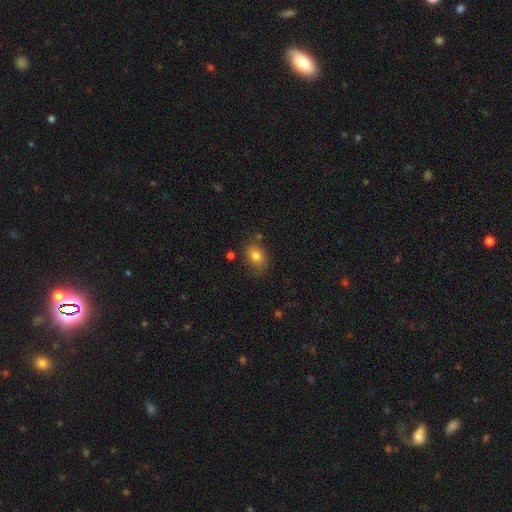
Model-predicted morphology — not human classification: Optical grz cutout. It shows a smooth galaxy with no disk features (79%) that is in between round and cigar-shaped (73%). Merging: none (69%).